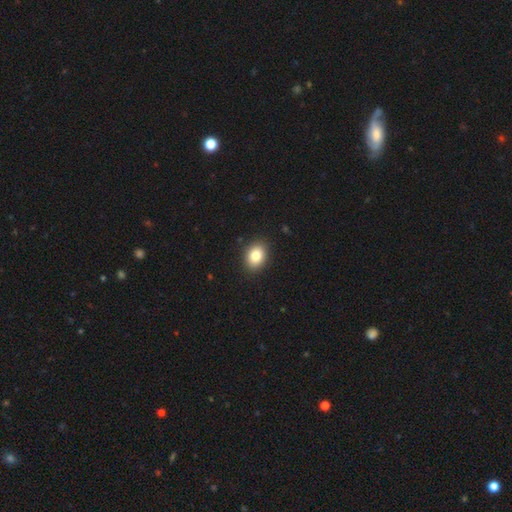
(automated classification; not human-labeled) Smooth or featured? Predicted: smooth (p=0.83). How rounded? Predicted: in between (p=0.66). Merging? Predicted: none (p=0.90).